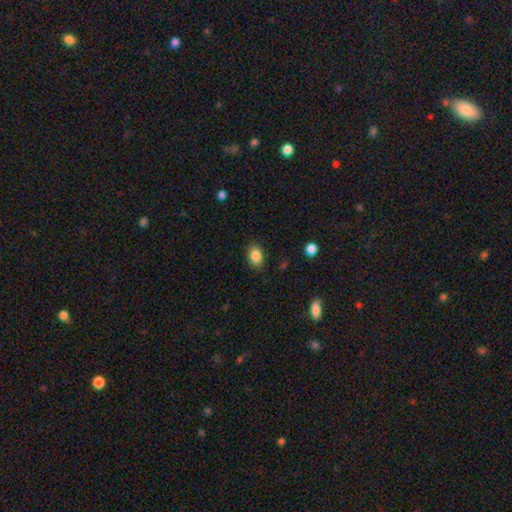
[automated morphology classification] Q: Smooth or featured?
A: smooth (86%); runner-up: star or artifact (9%)
Q: How rounded?
A: in between (75%); runner-up: round (23%)
Q: Merging?
A: none (85%); runner-up: minor disturbance (11%)